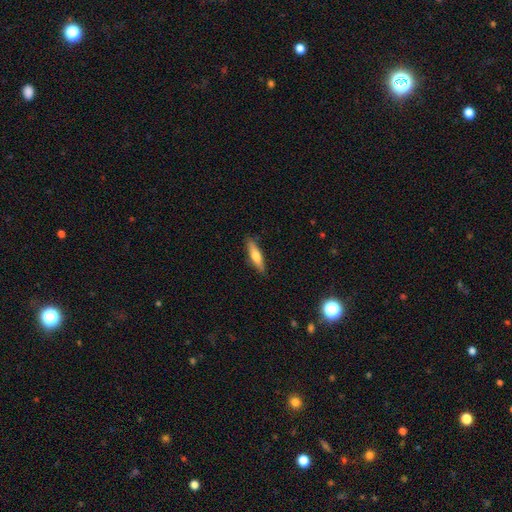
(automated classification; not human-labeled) Smooth or featured: smooth — 61% (featured or disk — 34%)
How rounded: cigar-shaped — 73% (in between — 25%)
Merging: none — 88% (minor disturbance — 9%)